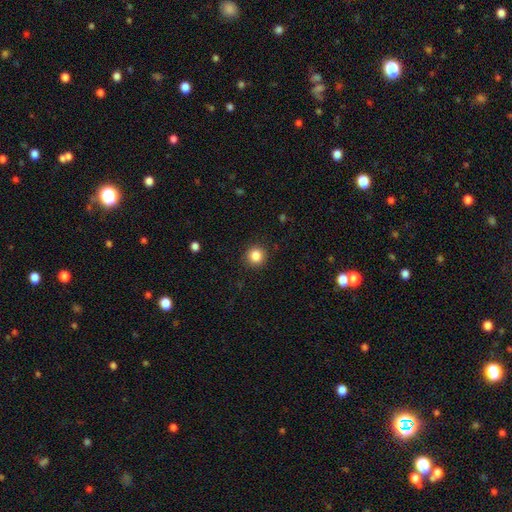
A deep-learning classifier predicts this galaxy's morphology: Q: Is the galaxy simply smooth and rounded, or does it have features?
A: smooth — 85%.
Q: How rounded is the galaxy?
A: round — 93%.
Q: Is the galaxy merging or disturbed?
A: none — 91%.